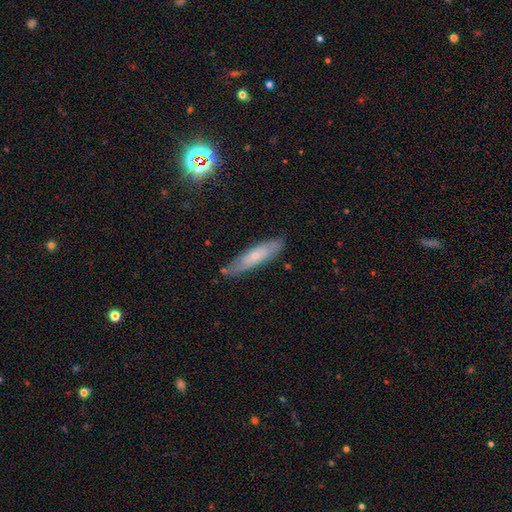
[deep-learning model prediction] Smooth or featured: featured or disk — 52% (smooth — 40%)
Edge-on disk: no — 58% (yes — 42%)
Merging: none — 78% (minor disturbance — 17%)